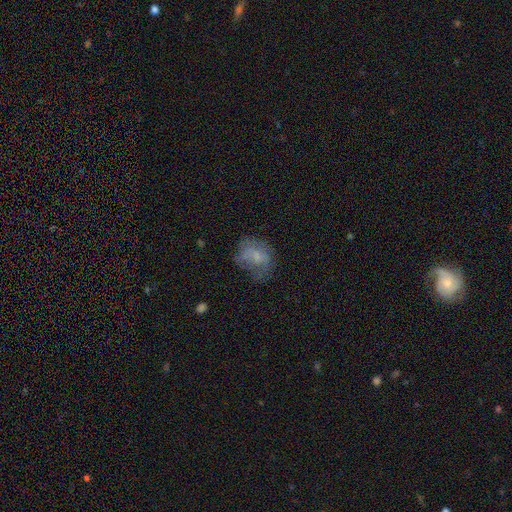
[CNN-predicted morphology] Smooth or featured: smooth — 58% (featured or disk — 31%)
How rounded: in between — 51% (round — 48%)
Merging: none — 45% (minor disturbance — 26%)